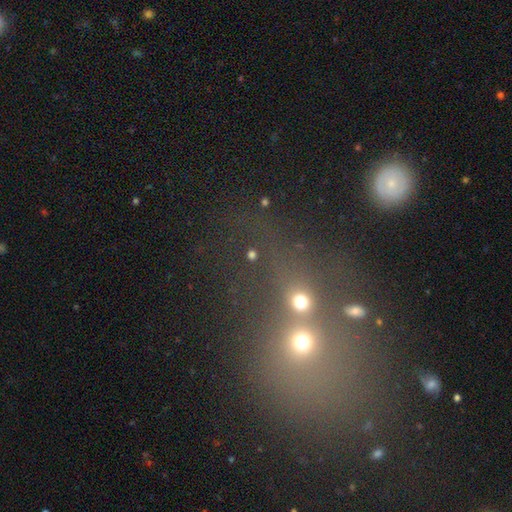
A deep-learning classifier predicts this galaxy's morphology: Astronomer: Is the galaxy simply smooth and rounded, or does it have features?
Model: smooth — 42% (runner-up: star or artifact, 41%).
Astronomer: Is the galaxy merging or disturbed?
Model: merger — 43% (runner-up: none, 34%).